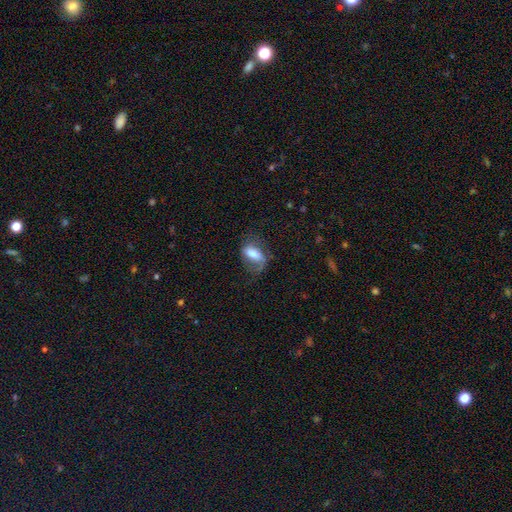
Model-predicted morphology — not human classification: Overall: smooth (55%; featured or disk 36%). How rounded: in between (81%). Merging: none (46%; major disturbance 27%).